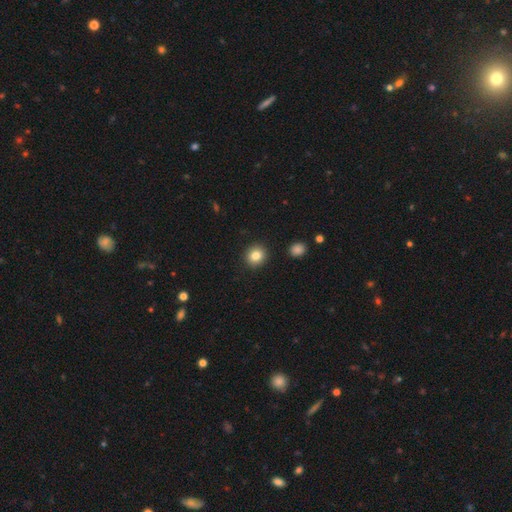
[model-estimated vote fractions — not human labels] The model was most divided on "how rounded": round: 84%, in between: 15%, cigar-shaped: 1%. More confident: merging — none (91%); smooth or featured — smooth (83%).